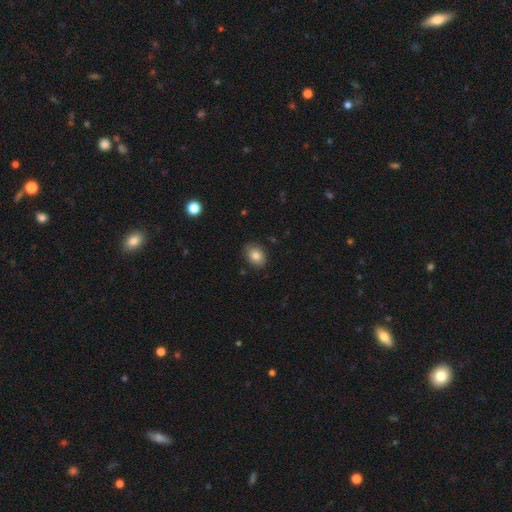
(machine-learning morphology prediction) smooth-or-featured: smooth: 83% | star or artifact: 9% | featured or disk: 8%
  how-rounded: in between: 69% | round: 30% | cigar-shaped: 1%
  merging: none: 85% | minor disturbance: 12% | major disturbance: 2% | merger: 1%